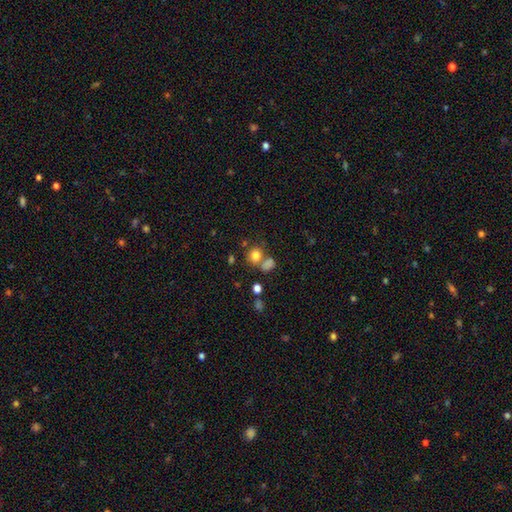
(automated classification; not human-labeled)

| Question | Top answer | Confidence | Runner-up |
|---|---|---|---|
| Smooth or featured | smooth | 79% | star or artifact (13%) |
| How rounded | round | 70% | in between (29%) |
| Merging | none | 56% | merger (27%) |